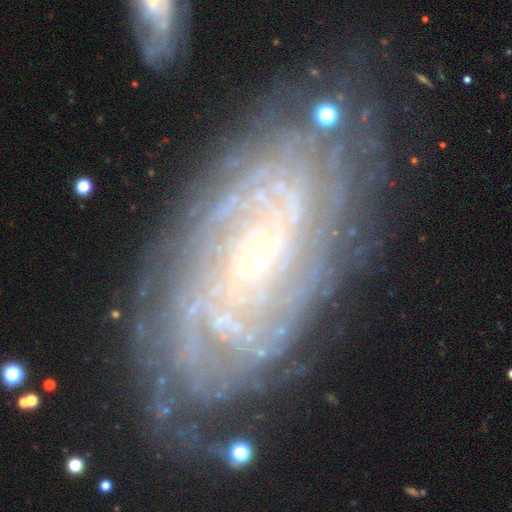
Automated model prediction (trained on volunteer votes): Smooth or featured? Predicted: featured or disk (p=0.87). Edge-on disk? Predicted: no (p=0.94). Bar? Predicted: no (p=0.59). Spiral arms? Predicted: yes (p=0.97). Spiral winding? Predicted: tight (p=0.78). Spiral arm count? Predicted: can't tell (p=0.34). Bulge size? Predicted: small (p=0.79). Merging? Predicted: none (p=0.75).